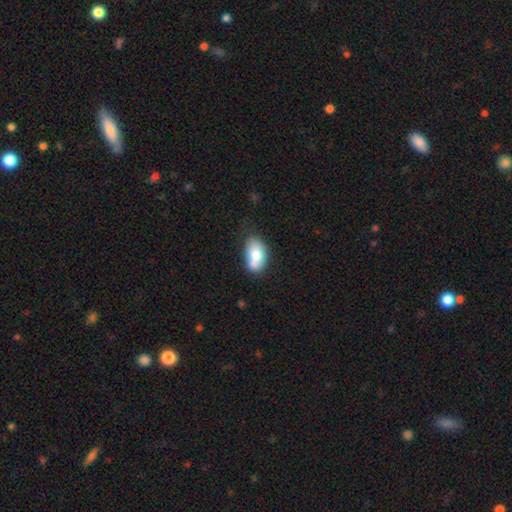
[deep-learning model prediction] Q: Smooth or featured?
A: smooth (75%); runner-up: featured or disk (17%)
Q: How rounded?
A: in between (91%); runner-up: round (7%)
Q: Merging?
A: none (48%); runner-up: minor disturbance (27%)